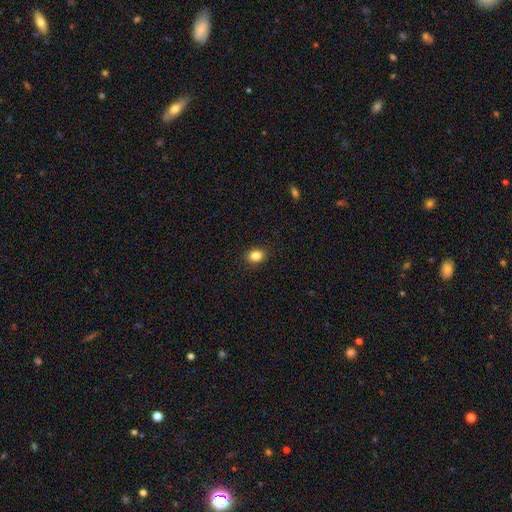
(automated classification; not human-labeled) Smooth or featured? Predicted: smooth (p=0.85). How rounded? Predicted: in between (p=0.61). Merging? Predicted: none (p=0.89).